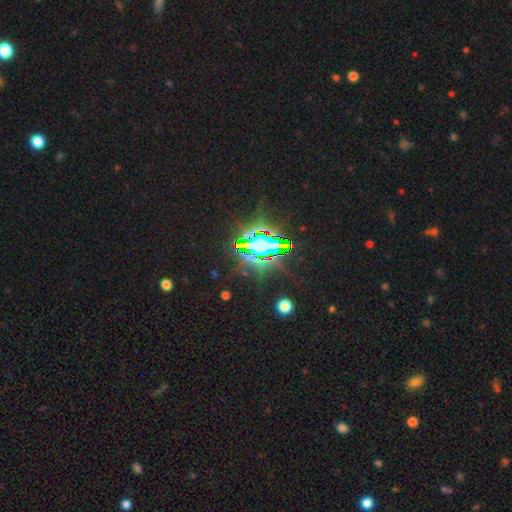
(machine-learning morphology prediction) type=star or artifact (84%).